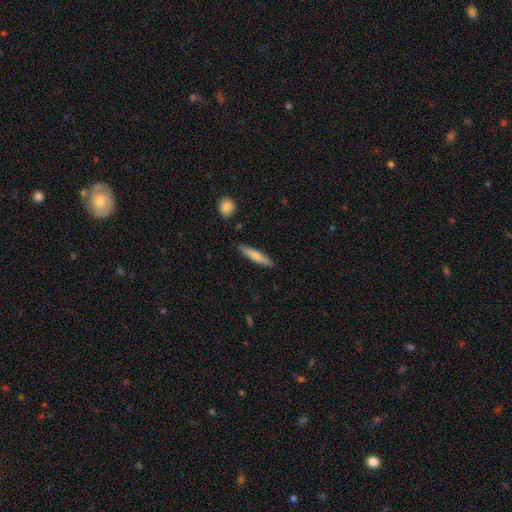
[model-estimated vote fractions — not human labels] This is likely a smooth galaxy (66%). How rounded: clearly cigar-shaped (87%). Merging: clearly none (87%).